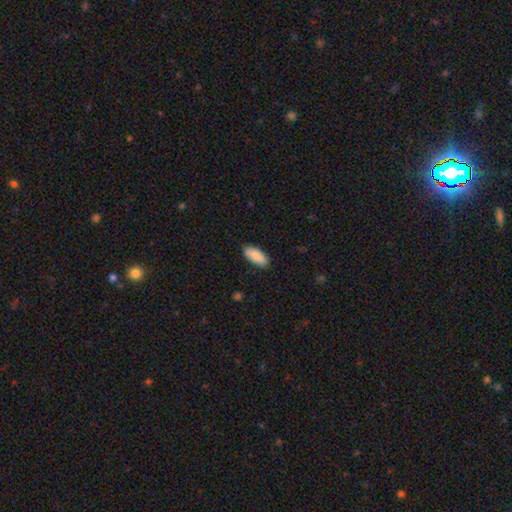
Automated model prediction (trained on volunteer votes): This appears to be a smooth galaxy with no disk features (90%) that is in between round and cigar-shaped (86%). Merging: none (89%).